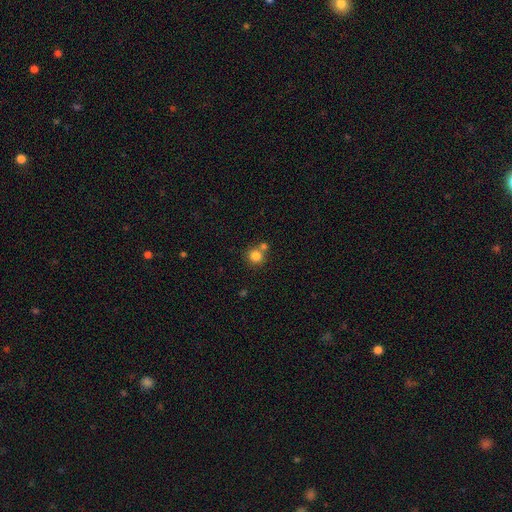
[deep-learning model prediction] A smooth galaxy with no disk features (82%) that is round (90%).

Vote fractions:
- Smooth or featured? smooth: 82% / star or artifact: 11% / featured or disk: 7%
- How rounded? round: 90% / in between: 9% / cigar-shaped: 1%
- Merging? none: 59% / merger: 30% / minor disturbance: 8% / major disturbance: 3%